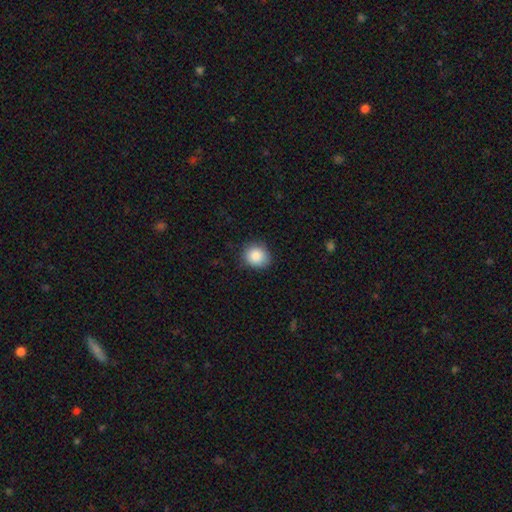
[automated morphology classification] This is clearly a smooth galaxy (87%). How rounded: clearly round (81%). Merging: clearly none (84%).